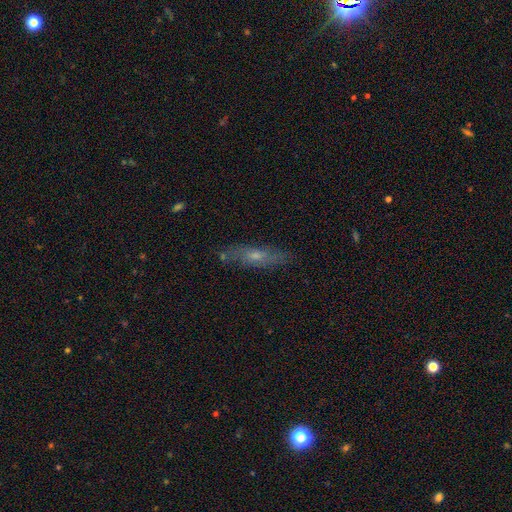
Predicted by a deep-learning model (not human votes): Morphology: type=featured or disk (48%); merging=none (79%).